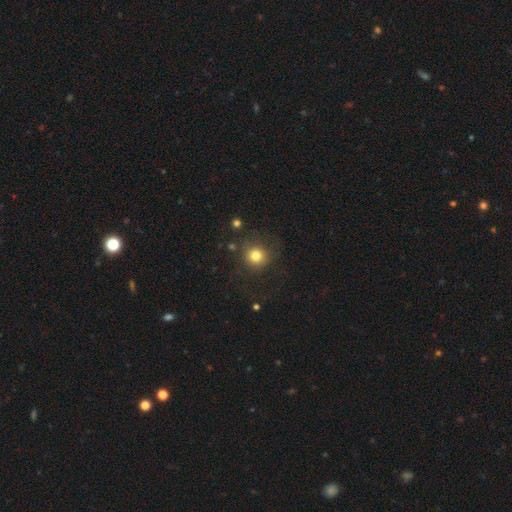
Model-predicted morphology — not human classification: The model was most divided on "smooth or featured": smooth: 79%, star or artifact: 13%, featured or disk: 8%. More confident: how rounded — round (92%); merging — none (79%).